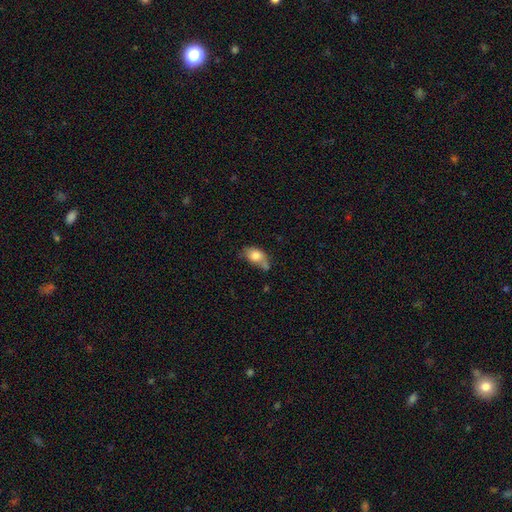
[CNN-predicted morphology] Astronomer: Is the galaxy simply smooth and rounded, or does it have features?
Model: smooth — 78%.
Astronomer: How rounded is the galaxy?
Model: in between — 82%.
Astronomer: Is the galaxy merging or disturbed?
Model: none — 37% (runner-up: minor disturbance, 31%).